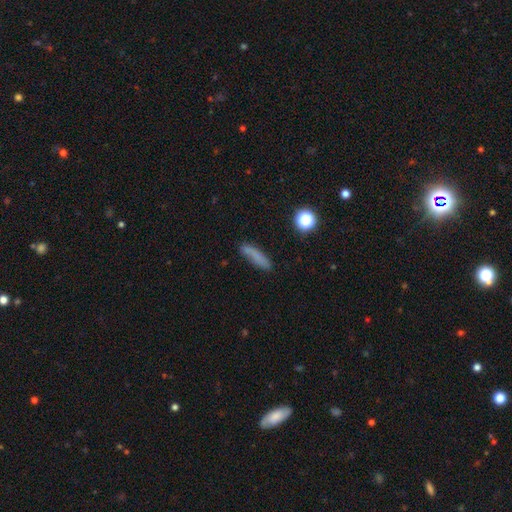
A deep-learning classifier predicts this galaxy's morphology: type=smooth (72%); roundness=cigar-shaped (75%); merging=none (71%).